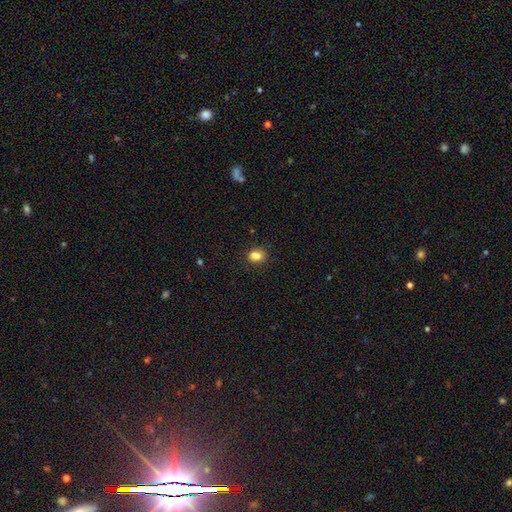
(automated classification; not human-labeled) Smooth or featured? smooth (83%)
How rounded? in between (56%)
Merging? none (77%)